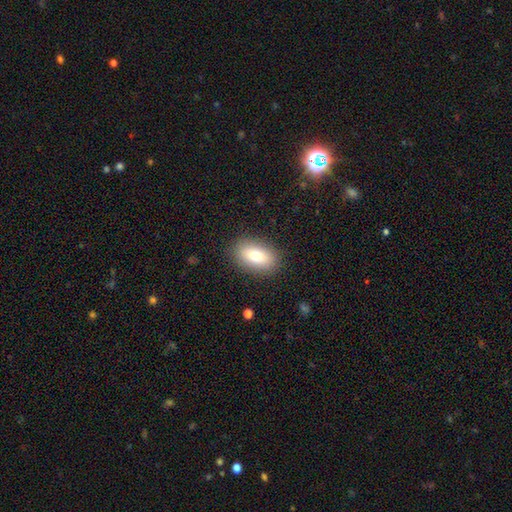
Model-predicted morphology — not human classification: This is likely a smooth galaxy (79%). How rounded: clearly in between (89%). Merging: clearly none (87%).